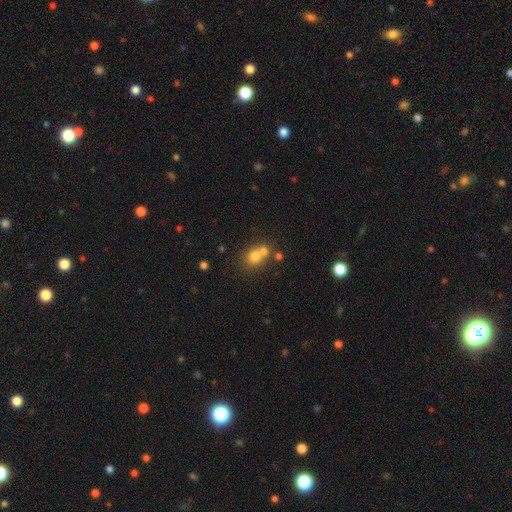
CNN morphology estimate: A smooth galaxy with no disk features (72%) that is round (75%). Merging: merger (47%).